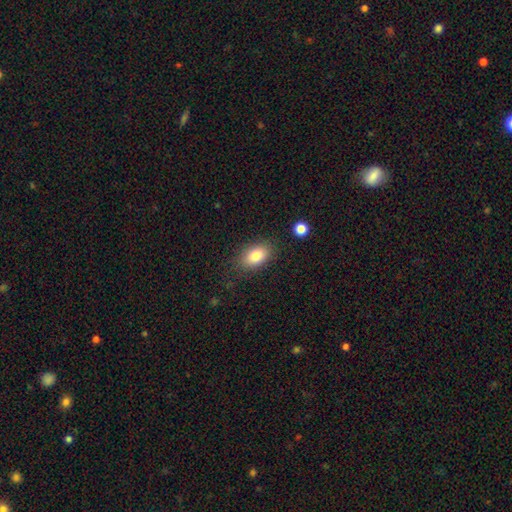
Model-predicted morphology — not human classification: A smooth galaxy with no disk features (82%) that is in between round and cigar-shaped (89%). Merging: none (83%).